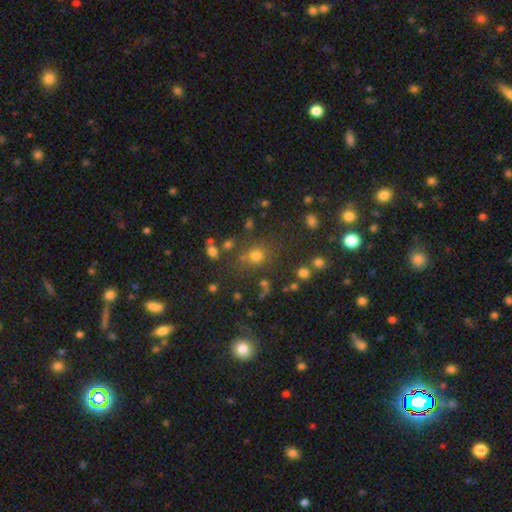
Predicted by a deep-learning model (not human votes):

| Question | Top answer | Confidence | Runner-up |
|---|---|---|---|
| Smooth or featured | smooth | 67% | star or artifact (24%) |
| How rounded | round | 84% | in between (15%) |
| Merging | none | 73% | minor disturbance (11%) |